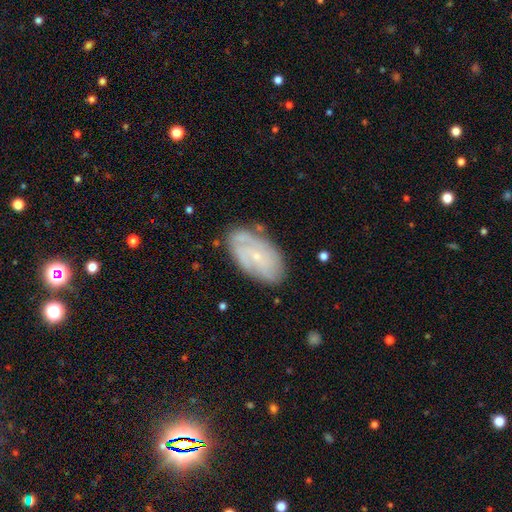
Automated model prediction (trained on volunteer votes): Smooth or featured? Predicted: featured or disk (p=0.64). Edge-on disk? Predicted: no (p=0.93). Bar? Predicted: no (p=0.69). Spiral arms? Predicted: yes (p=0.82). Bulge size? Predicted: small (p=0.80). Merging? Predicted: none (p=0.74).